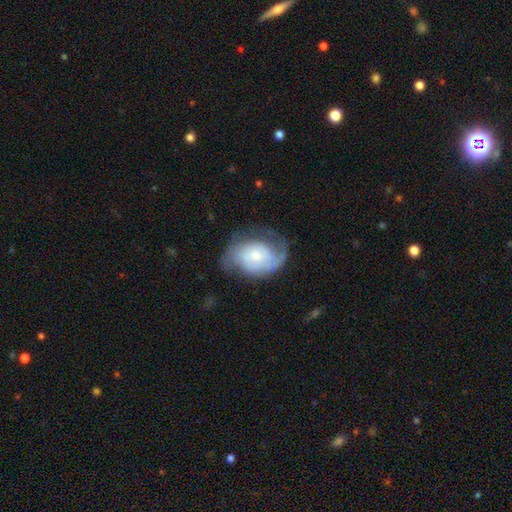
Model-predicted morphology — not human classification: This is likely a featured or disk galaxy (71%). It is clearly not viewed edge-on (97%). Bar: likely no (74%). Spiral arm pattern: clearly yes (88%). Spiral arm count: possibly 2 (49%). Spiral winding: marginally tight (42%). Central bulge: marginally small (45%). Merging: possibly none (55%).